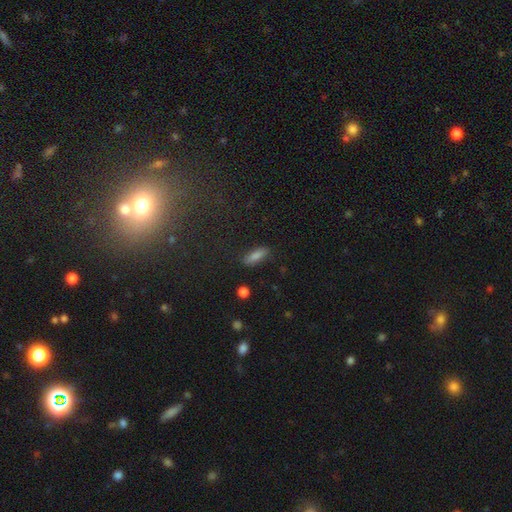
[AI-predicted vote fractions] A smooth galaxy with no disk features (77%) that is in between round and cigar-shaped (54%).

Vote fractions:
- Smooth or featured? smooth: 77% / star or artifact: 11% / featured or disk: 11%
- How rounded? in between: 54% / cigar-shaped: 43% / round: 3%
- Merging? none: 84% / minor disturbance: 11% / major disturbance: 3% / merger: 2%